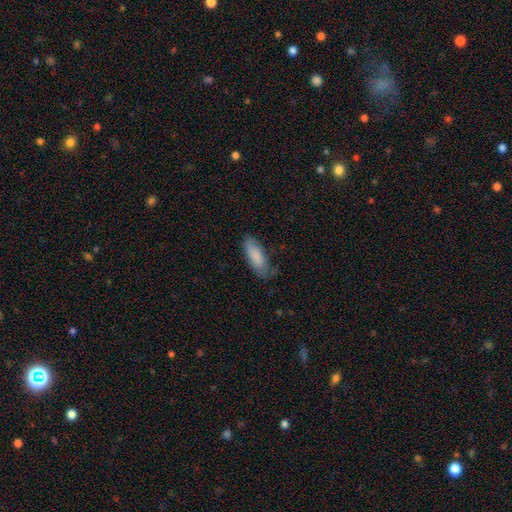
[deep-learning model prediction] The model was most divided on "merging": none: 63%, minor disturbance: 28%, major disturbance: 7%, merger: 2%. More confident: smooth or featured — smooth (80%); how rounded — in between (70%).